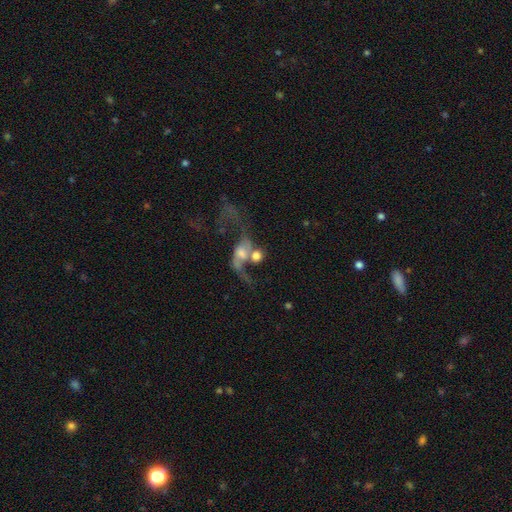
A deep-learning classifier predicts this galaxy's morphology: Smooth or featured? Predicted: featured or disk (p=0.57). Edge-on disk? Predicted: no (p=0.95). Bar? Predicted: no (p=0.54). Spiral arms? Predicted: yes (p=0.79). Bulge size? Predicted: moderate (p=0.37). Merging? Predicted: merger (p=0.53).